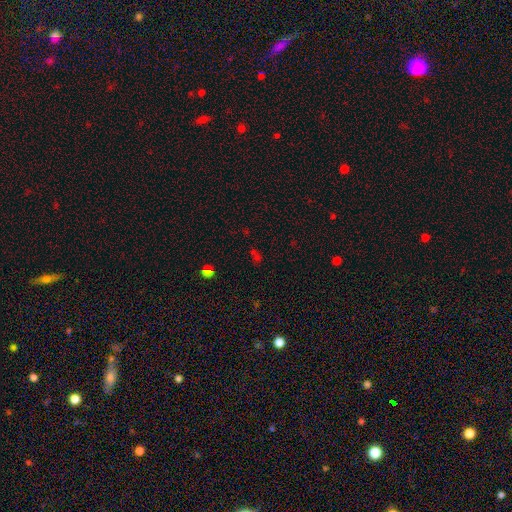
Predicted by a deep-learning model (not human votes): Q: Smooth or featured?
A: star or artifact (53%); runner-up: smooth (38%)